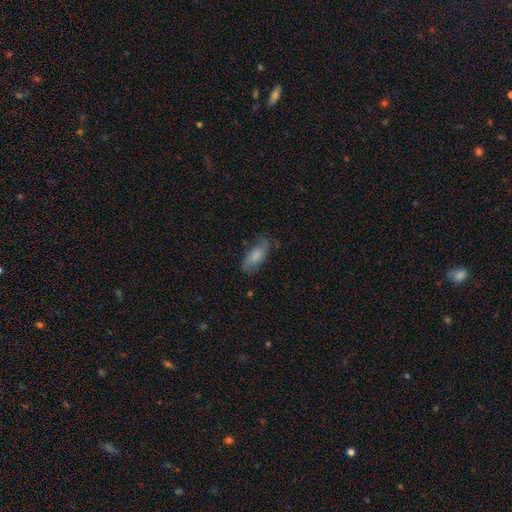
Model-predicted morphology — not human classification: smooth 73%, featured or disk 21%, star or artifact 7%. Down the decision tree: how rounded — in between (78%); merging — none (68%).